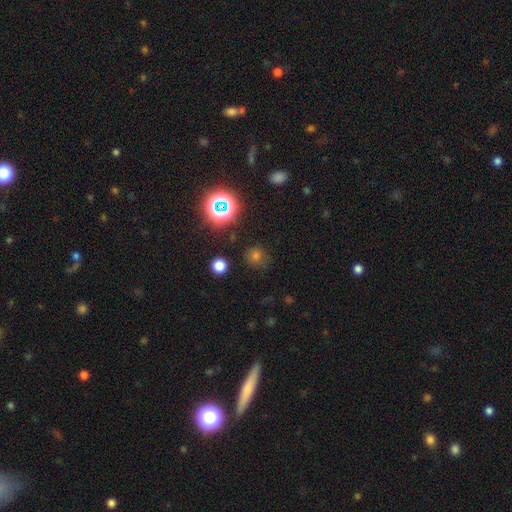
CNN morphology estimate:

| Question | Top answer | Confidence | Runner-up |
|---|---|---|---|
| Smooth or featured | smooth | 61% | star or artifact (31%) |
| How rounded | round | 87% | in between (12%) |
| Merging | none | 79% | minor disturbance (13%) |